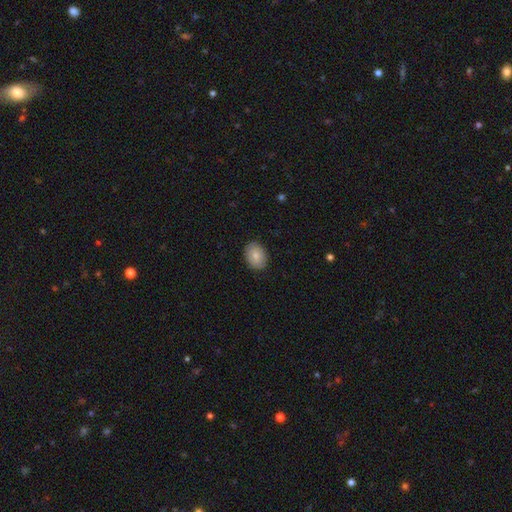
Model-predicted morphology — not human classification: The model was most divided on "how rounded": in between: 76%, round: 23%, cigar-shaped: 1%. More confident: merging — none (88%); smooth or featured — smooth (81%).